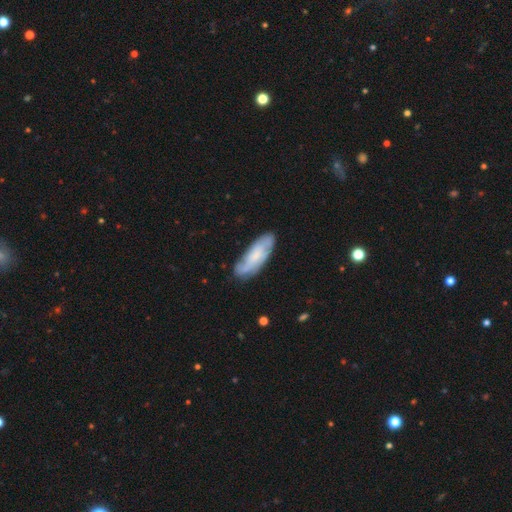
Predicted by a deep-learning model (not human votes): smooth_or_featured: featured or disk (p=0.50) [alt: smooth p=0.44]
merging: none (p=0.75) [alt: minor disturbance p=0.18]